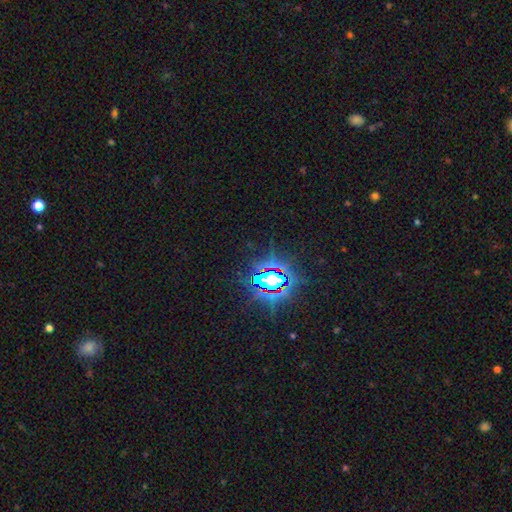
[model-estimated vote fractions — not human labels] Overall: star or artifact (82%).